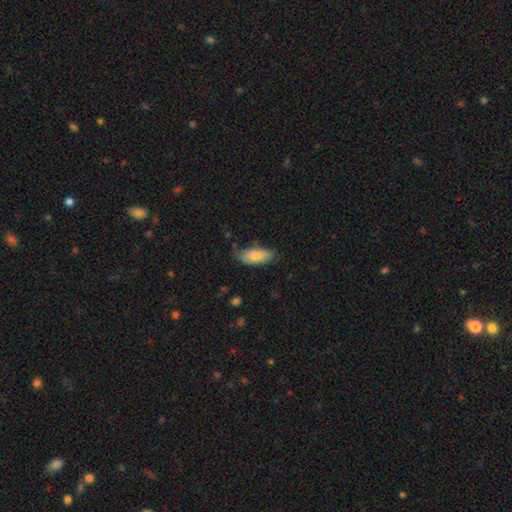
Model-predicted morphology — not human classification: This is likely a smooth galaxy (78%). How rounded: clearly in between (87%). Merging: likely none (61%).